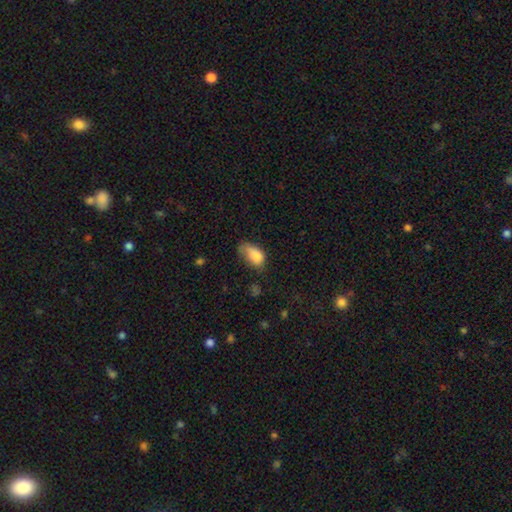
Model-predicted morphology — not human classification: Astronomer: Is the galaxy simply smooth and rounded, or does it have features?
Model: smooth — 82%.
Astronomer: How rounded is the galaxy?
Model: in between — 91%.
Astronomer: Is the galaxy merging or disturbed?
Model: minor disturbance — 40% (runner-up: none, 35%).